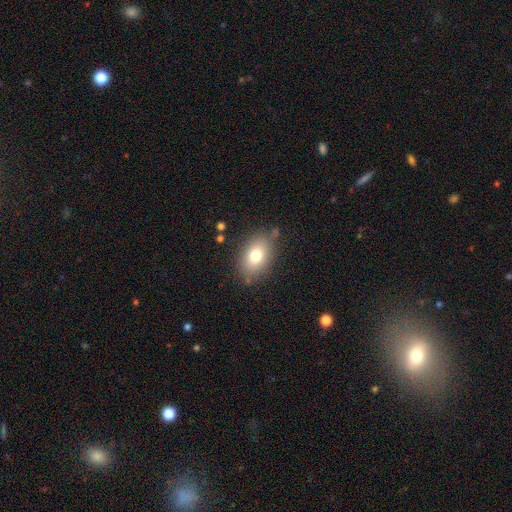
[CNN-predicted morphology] A smooth galaxy with no disk features (77%) that is in between round and cigar-shaped (85%).

Vote fractions:
- Smooth or featured? smooth: 77% / featured or disk: 13% / star or artifact: 10%
- How rounded? in between: 85% / round: 14% / cigar-shaped: 2%
- Merging? none: 80% / minor disturbance: 13% / major disturbance: 4% / merger: 3%